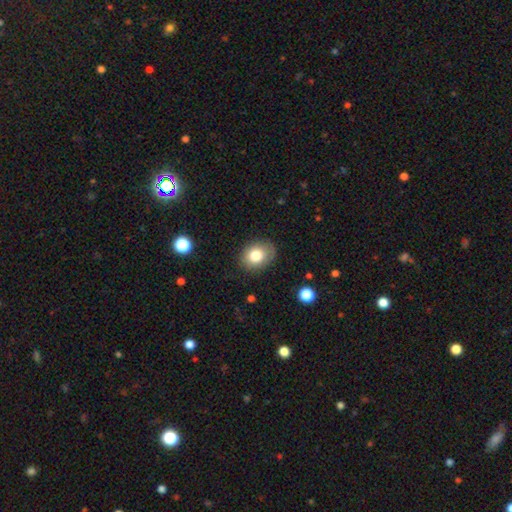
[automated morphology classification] Smooth or featured: smooth — 80% (featured or disk — 11%)
How rounded: in between — 54% (round — 45%)
Merging: none — 83% (minor disturbance — 13%)